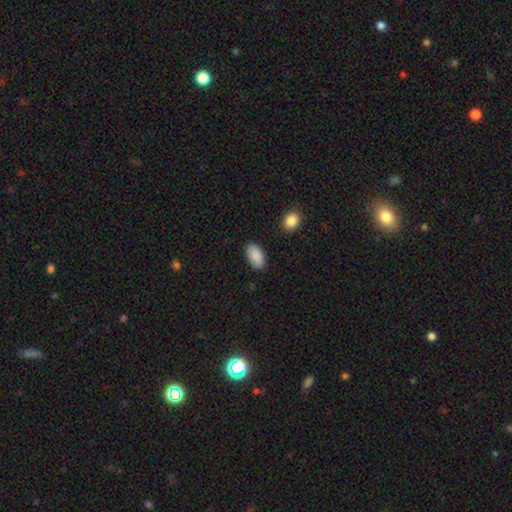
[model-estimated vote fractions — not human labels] Smooth or featured: smooth — 90% (star or artifact — 6%)
How rounded: in between — 95% (round — 4%)
Merging: none — 85% (minor disturbance — 10%)